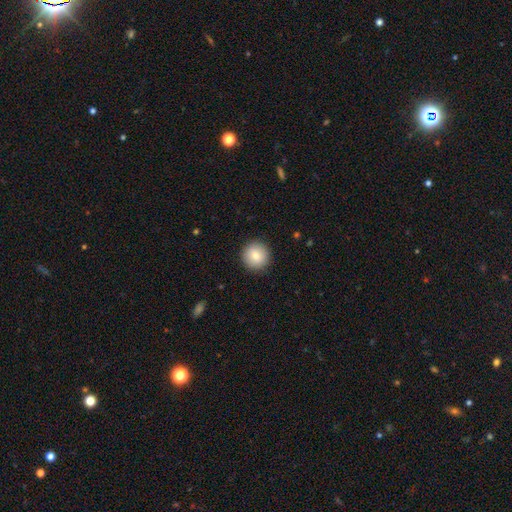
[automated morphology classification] Smooth or featured?
  - smooth: 82% *
  - featured or disk: 9%
  - star or artifact: 8%
How rounded?
  - round: 95% *
  - in between: 4%
  - cigar-shaped: 1%
Merging?
  - none: 92% *
  - minor disturbance: 5%
  - major disturbance: 2%
  - merger: 1%